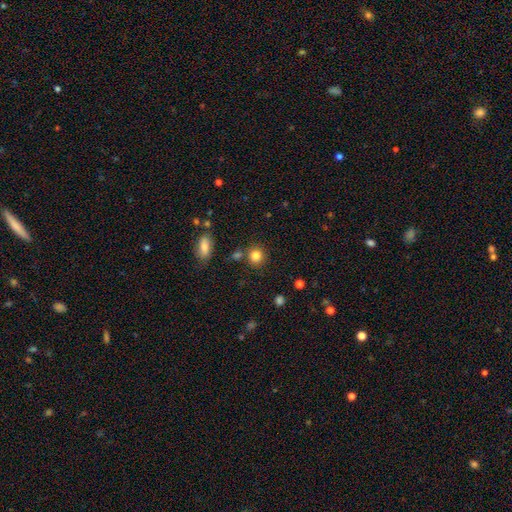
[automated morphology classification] A smooth galaxy with no disk features (84%) that is round (86%). Merging: none (80%).